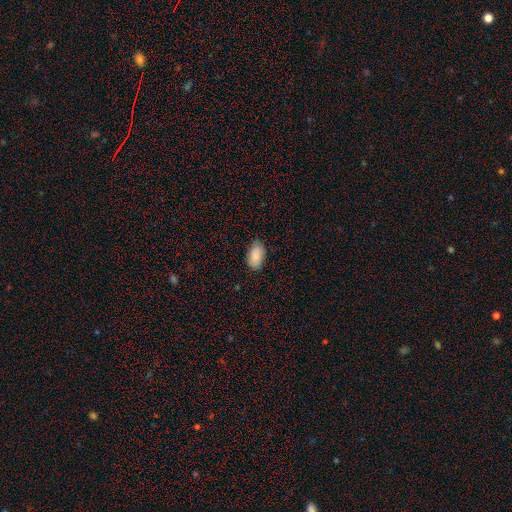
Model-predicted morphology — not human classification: This is clearly a smooth galaxy (87%). How rounded: clearly in between (94%). Merging: clearly none (80%).